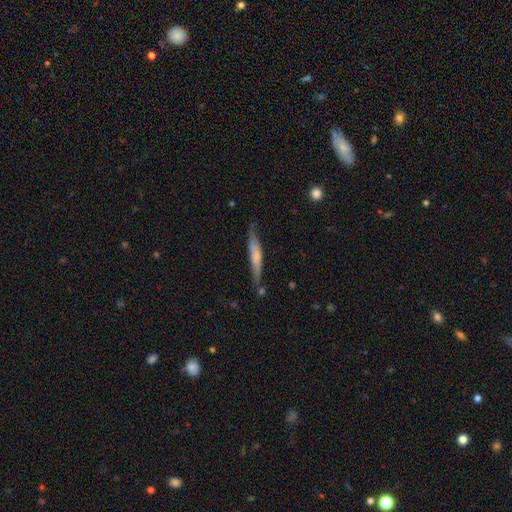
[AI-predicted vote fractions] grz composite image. It shows a smooth galaxy with no disk features (50%). Merging: none (66%).